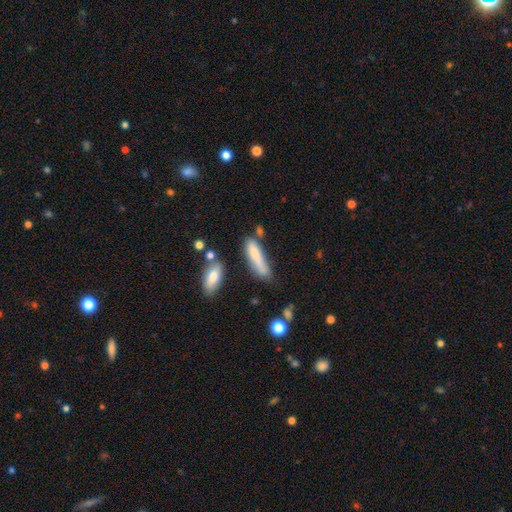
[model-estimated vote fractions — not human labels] This is likely a smooth galaxy (78%). How rounded: likely cigar-shaped (72%). Merging: possibly none (51%).